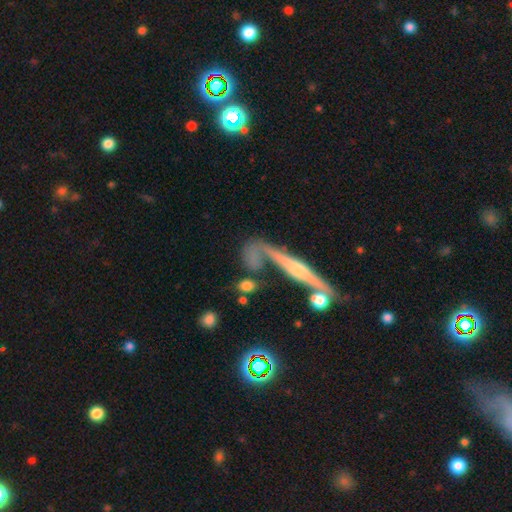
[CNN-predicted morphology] A featured or disk galaxy (49%). Merging: none (45%).